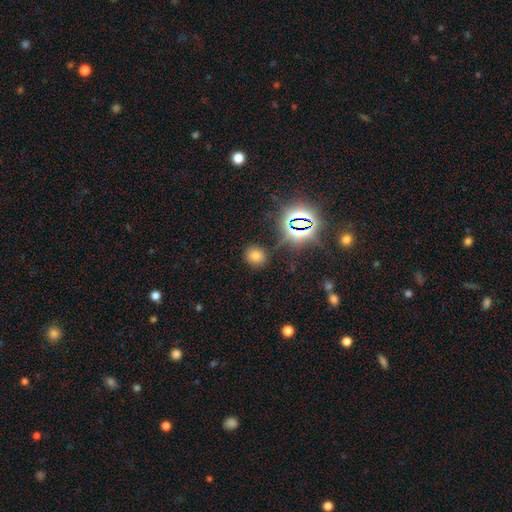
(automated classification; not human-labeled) A smooth galaxy with no disk features (65%) that is round (76%). Merging: none (84%).